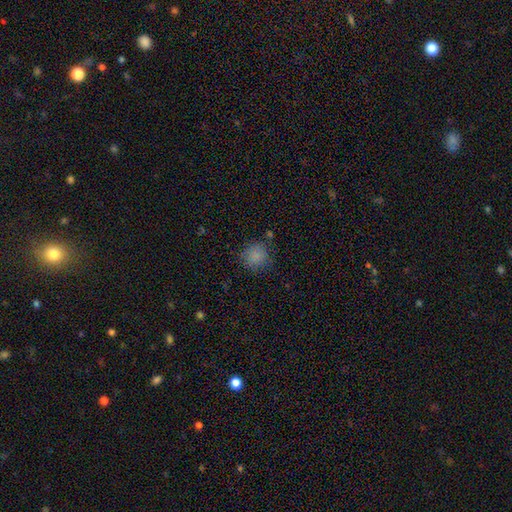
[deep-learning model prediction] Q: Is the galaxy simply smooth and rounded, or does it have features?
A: smooth — 83%.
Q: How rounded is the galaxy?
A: round — 88%.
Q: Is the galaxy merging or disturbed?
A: none — 78%.